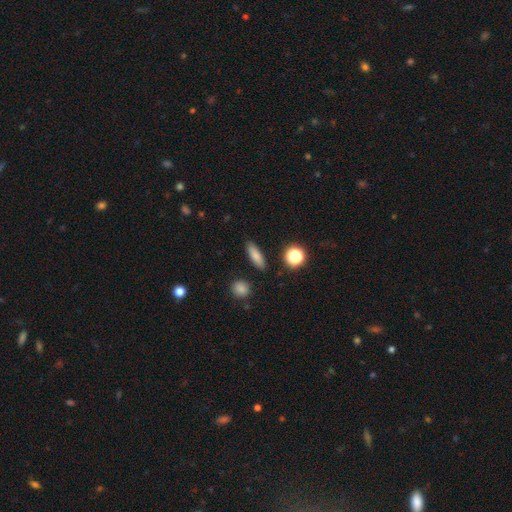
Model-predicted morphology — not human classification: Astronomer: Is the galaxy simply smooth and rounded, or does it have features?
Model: smooth — 80%.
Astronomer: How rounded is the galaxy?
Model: cigar-shaped — 53% (runner-up: in between, 40%).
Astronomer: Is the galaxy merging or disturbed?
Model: none — 89%.